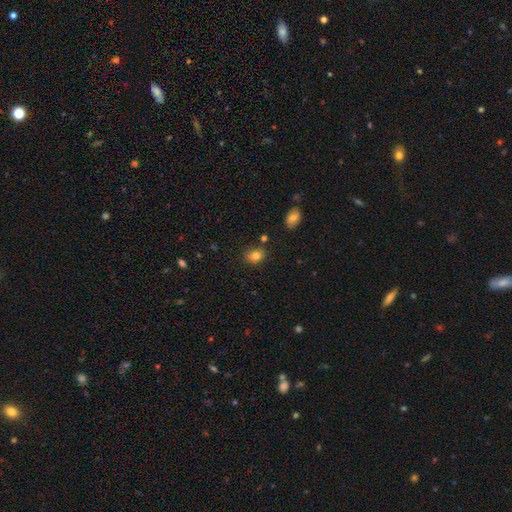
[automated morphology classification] A smooth galaxy with no disk features (81%) that is round (55%).

Vote fractions:
- Smooth or featured? smooth: 81% / star or artifact: 12% / featured or disk: 8%
- How rounded? round: 55% / in between: 44% / cigar-shaped: 1%
- Merging? none: 73% / minor disturbance: 18% / merger: 6% / major disturbance: 4%